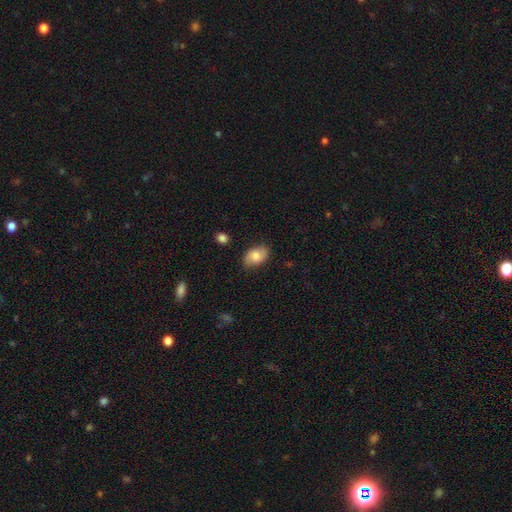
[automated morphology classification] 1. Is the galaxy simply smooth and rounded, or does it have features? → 71% smooth, 21% featured or disk, 7% star or artifact.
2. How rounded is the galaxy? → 90% in between, 8% round, 1% cigar-shaped.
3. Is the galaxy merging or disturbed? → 80% none, 15% minor disturbance, 3% major disturbance, 1% merger.